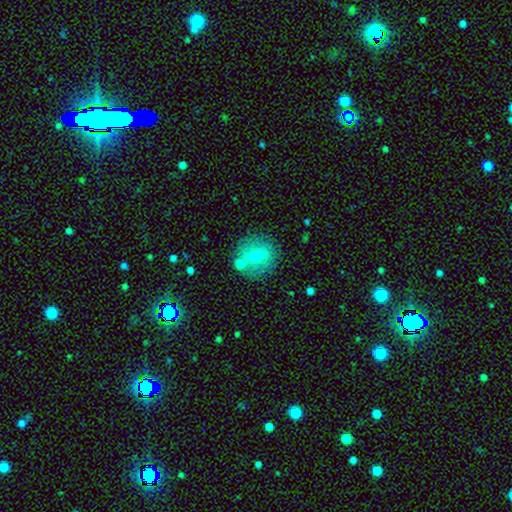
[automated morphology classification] Overall: smooth (54%; featured or disk 36%). How rounded: round (84%). Merging: none (77%).